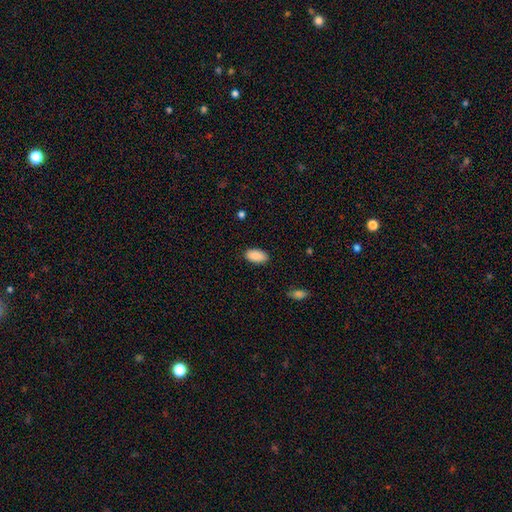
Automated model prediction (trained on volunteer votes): smooth_or_featured: smooth (p=0.90) [alt: star or artifact p=0.07]
how_rounded: in between (p=0.94) [alt: round p=0.03]
merging: none (p=0.87) [alt: minor disturbance p=0.10]